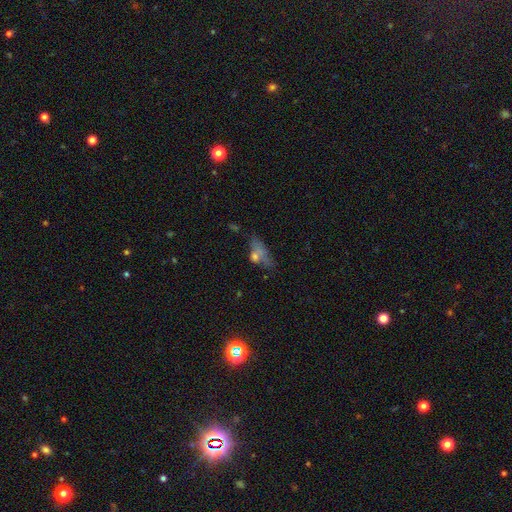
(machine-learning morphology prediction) Smooth or featured?
  - smooth: 52% *
  - featured or disk: 26%
  - star or artifact: 22%
How rounded?
  - in between: 66% *
  - cigar-shaped: 18%
  - round: 16%
Merging?
  - none: 36% *
  - major disturbance: 25%
  - minor disturbance: 22%
  - merger: 17%